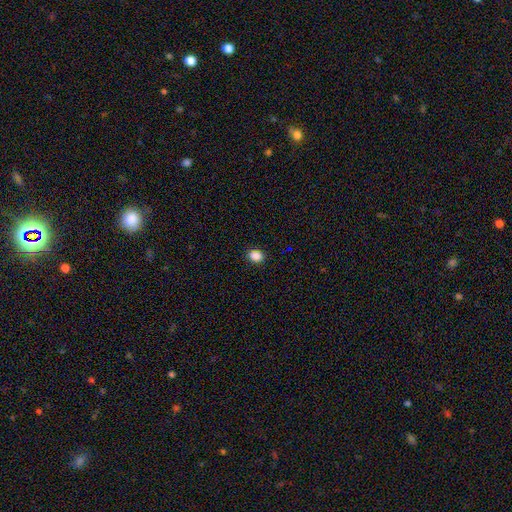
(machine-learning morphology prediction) smooth 87%, star or artifact 10%, featured or disk 3%. Down the decision tree: how rounded — in between (52%); merging — none (90%).